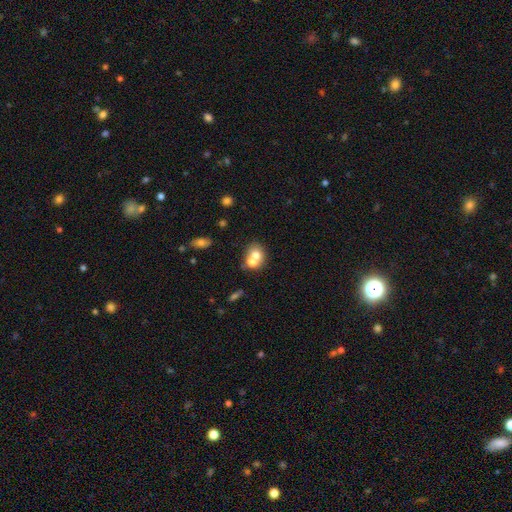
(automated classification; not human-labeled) Morphology: type=smooth (65%); roundness=round (62%); merging=merger (57%).